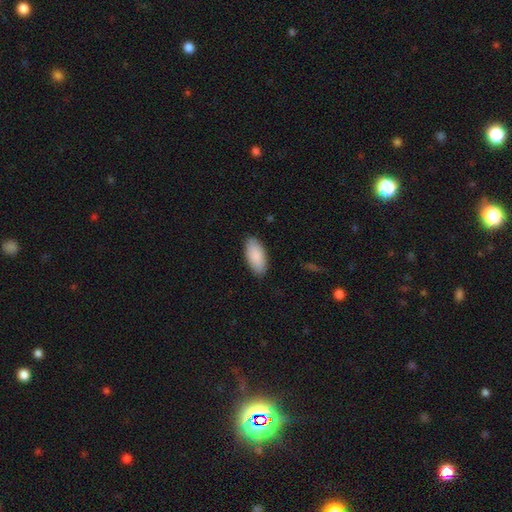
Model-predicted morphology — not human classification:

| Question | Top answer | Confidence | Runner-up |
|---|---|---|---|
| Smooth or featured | smooth | 90% | star or artifact (5%) |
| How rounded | in between | 92% | cigar-shaped (7%) |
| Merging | none | 88% | minor disturbance (9%) |